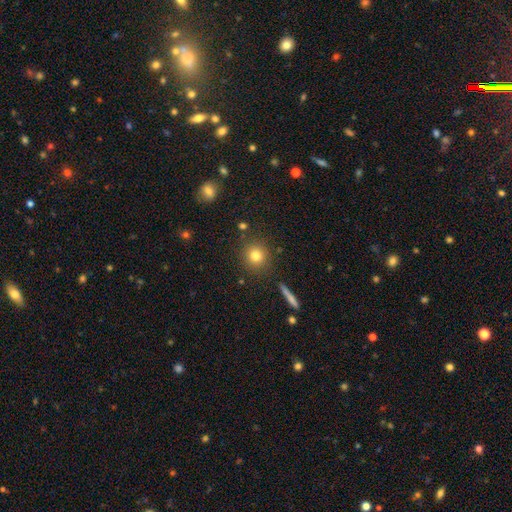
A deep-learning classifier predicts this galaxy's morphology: This is likely a smooth galaxy (79%). How rounded: clearly round (90%). Merging: clearly none (87%).